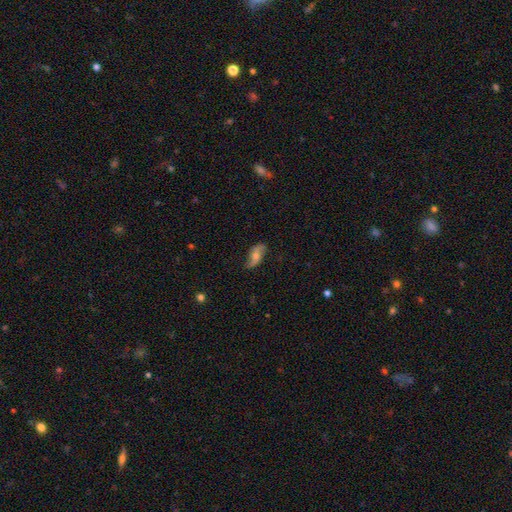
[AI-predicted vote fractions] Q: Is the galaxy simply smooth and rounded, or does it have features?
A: featured or disk — 57%.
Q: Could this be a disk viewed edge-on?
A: no — 87%.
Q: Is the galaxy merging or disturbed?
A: none — 75%.